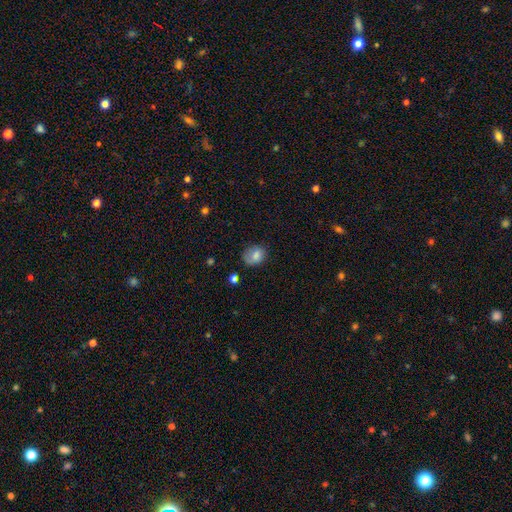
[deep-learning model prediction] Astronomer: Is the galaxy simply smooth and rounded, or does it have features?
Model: smooth — 80%.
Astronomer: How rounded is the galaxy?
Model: round — 50% (runner-up: in between, 49%).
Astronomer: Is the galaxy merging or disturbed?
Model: none — 57%.